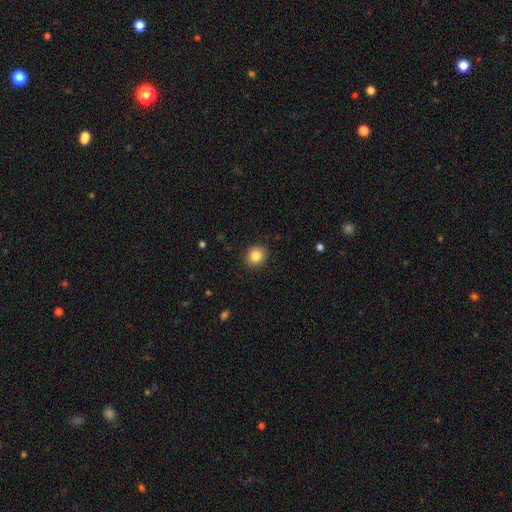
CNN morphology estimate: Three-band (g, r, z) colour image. It shows a smooth galaxy with no disk features (84%) that is round (82%). Merging: none (90%).